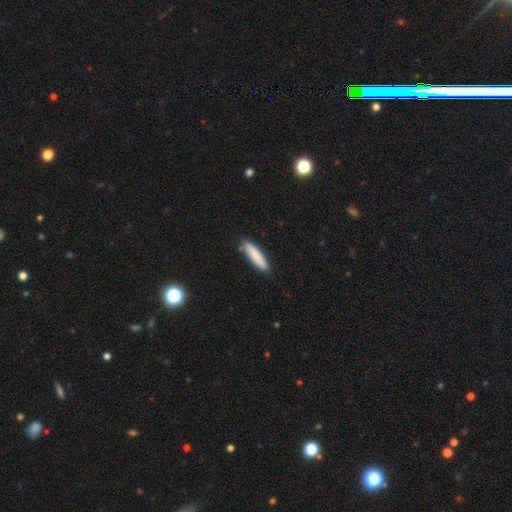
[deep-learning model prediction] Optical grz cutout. It shows a smooth galaxy with no disk features (84%) that is cigar-shaped (77%). Merging: none (85%).